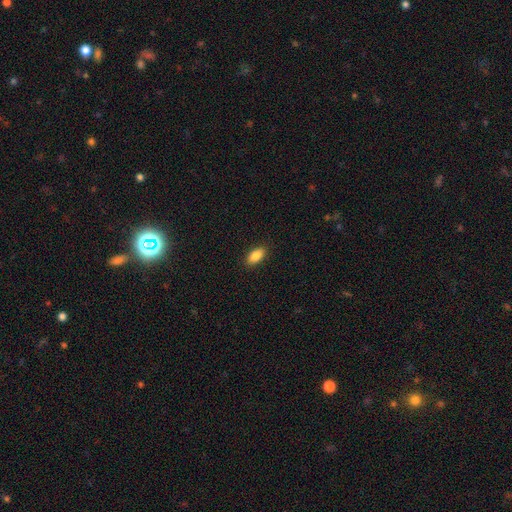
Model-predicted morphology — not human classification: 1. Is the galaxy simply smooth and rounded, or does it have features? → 87% smooth, 7% star or artifact, 5% featured or disk.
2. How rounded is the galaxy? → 89% in between, 7% cigar-shaped, 3% round.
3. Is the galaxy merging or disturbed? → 89% none, 8% minor disturbance, 2% major disturbance, 1% merger.